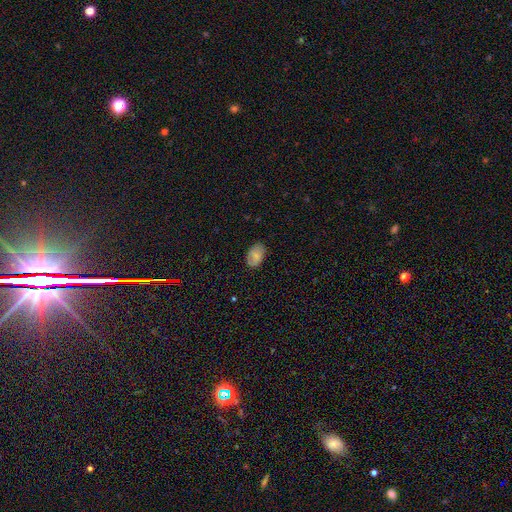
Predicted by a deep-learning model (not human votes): smooth_or_featured: smooth (p=0.83) [alt: featured or disk p=0.09]
how_rounded: in between (p=0.91) [alt: round p=0.08]
merging: none (p=0.82) [alt: minor disturbance p=0.15]